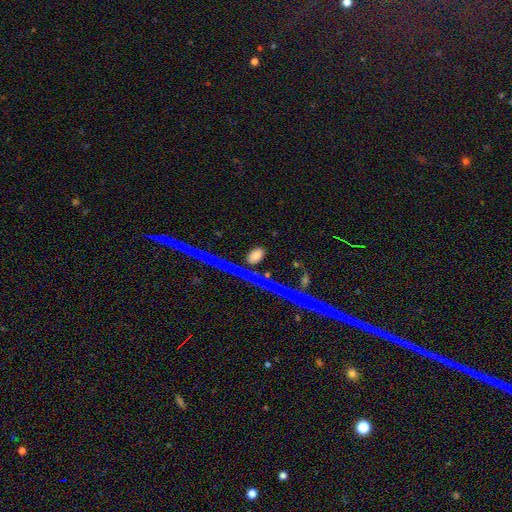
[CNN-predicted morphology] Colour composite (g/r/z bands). It shows a smooth galaxy with no disk features (71%) that is in between round and cigar-shaped (78%). Merging: none (79%).